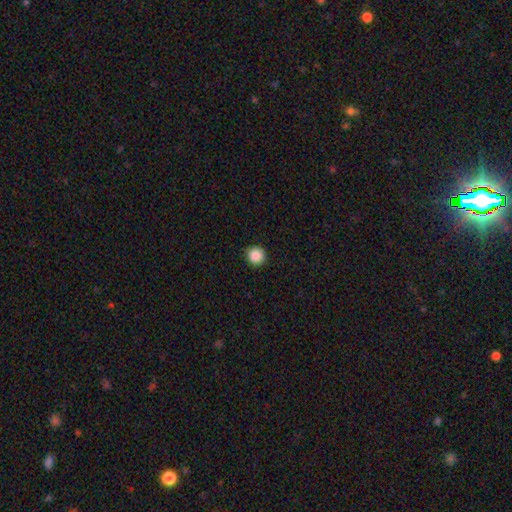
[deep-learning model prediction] Overall: smooth (88%). How rounded: round (94%). Merging: none (91%).